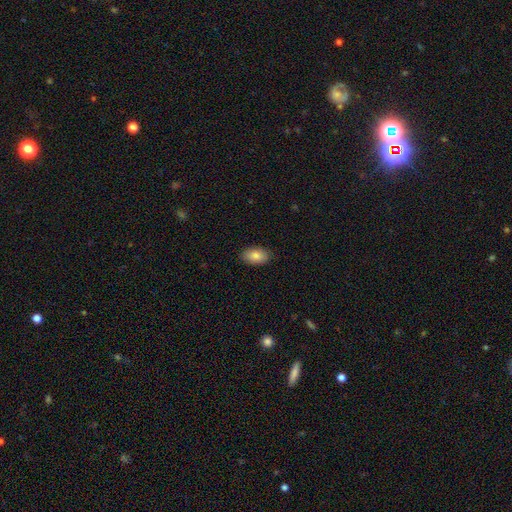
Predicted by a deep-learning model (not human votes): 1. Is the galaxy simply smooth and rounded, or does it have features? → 86% smooth, 7% featured or disk, 7% star or artifact.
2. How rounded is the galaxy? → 93% in between, 6% round, 2% cigar-shaped.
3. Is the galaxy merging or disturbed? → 89% none, 8% minor disturbance, 2% major disturbance, 1% merger.